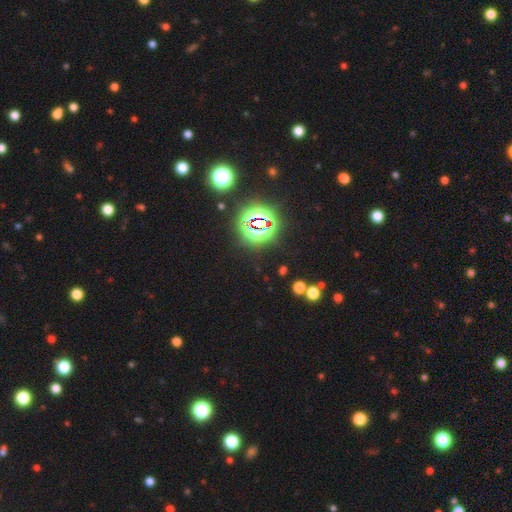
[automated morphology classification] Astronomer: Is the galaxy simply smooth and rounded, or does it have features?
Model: star or artifact — 80%.